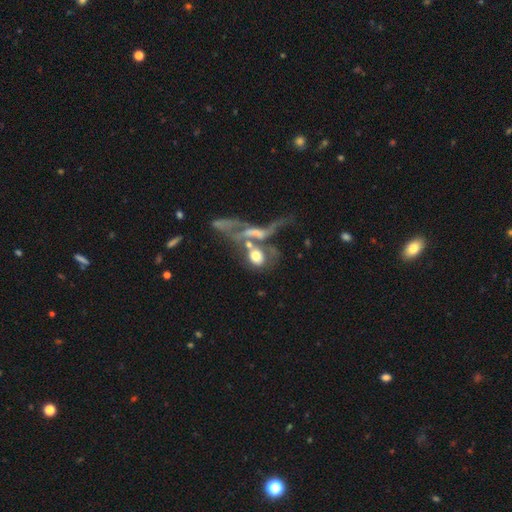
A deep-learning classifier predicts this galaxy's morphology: The model was most divided on "smooth or featured": smooth: 50%, featured or disk: 38%, star or artifact: 12%. More confident: merging — merger (53%).